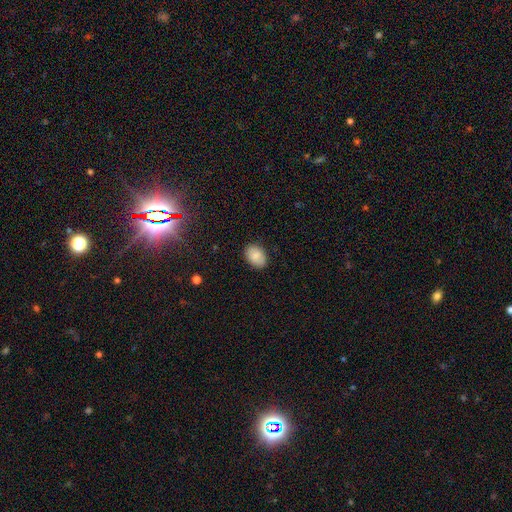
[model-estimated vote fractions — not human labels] A smooth galaxy with no disk features (84%) that is in between round and cigar-shaped (81%). Merging: none (86%).